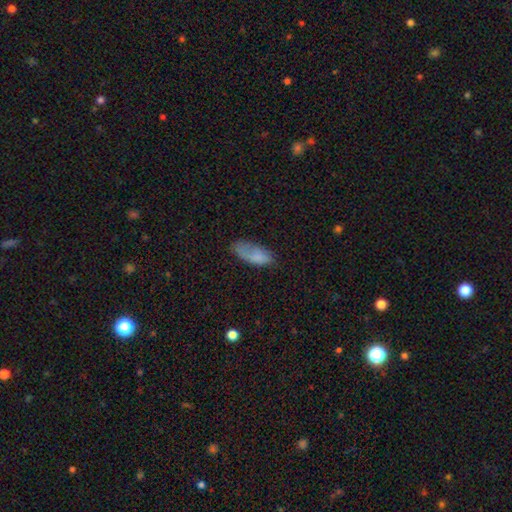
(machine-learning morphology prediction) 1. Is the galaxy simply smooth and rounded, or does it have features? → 77% smooth, 15% featured or disk, 8% star or artifact.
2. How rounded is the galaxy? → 83% in between, 15% cigar-shaped, 2% round.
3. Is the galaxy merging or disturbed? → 50% none, 31% minor disturbance, 16% major disturbance, 3% merger.